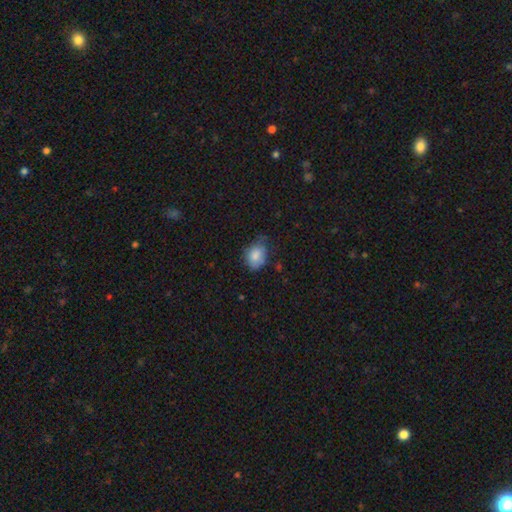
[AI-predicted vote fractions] Morphology: type=smooth (83%); roundness=in between (64%); merging=none (58%).